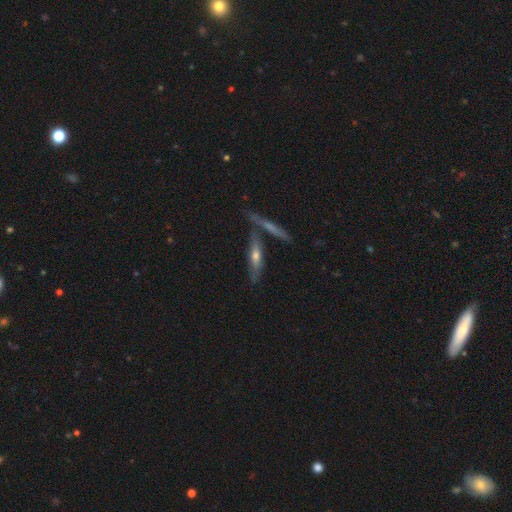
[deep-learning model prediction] Overall: featured or disk (57%; smooth 36%). Edge-on disk: yes (83%). Merging: none (69%).